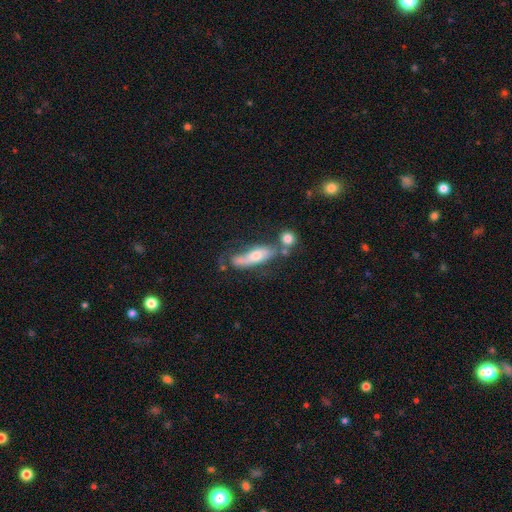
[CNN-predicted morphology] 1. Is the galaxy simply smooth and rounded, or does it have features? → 50% featured or disk, 43% smooth, 8% star or artifact.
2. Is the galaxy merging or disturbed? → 46% none, 22% minor disturbance, 20% merger, 12% major disturbance.